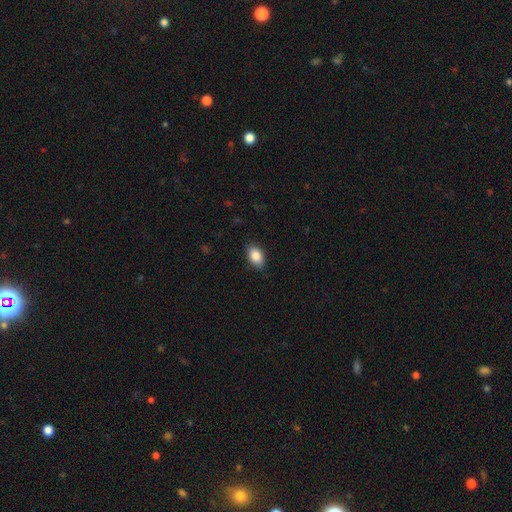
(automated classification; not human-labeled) A smooth galaxy with no disk features (86%) that is in between round and cigar-shaped (89%). Merging: none (87%).